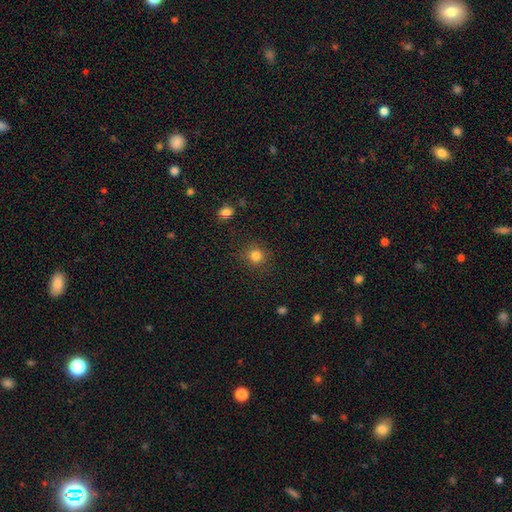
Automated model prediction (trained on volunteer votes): smooth_or_featured: smooth (p=0.82) [alt: star or artifact p=0.13]
how_rounded: round (p=0.91) [alt: in between p=0.08]
merging: none (p=0.87) [alt: minor disturbance p=0.08]